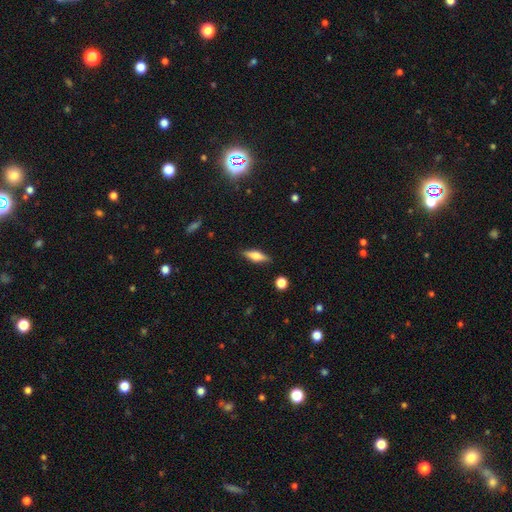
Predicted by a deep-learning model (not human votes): A smooth galaxy with no disk features (53%) that is cigar-shaped (49%).

Vote fractions:
- Smooth or featured? smooth: 53% / featured or disk: 40% / star or artifact: 7%
- How rounded? cigar-shaped: 49% / in between: 48% / round: 3%
- Merging? none: 86% / minor disturbance: 10% / major disturbance: 2% / merger: 1%